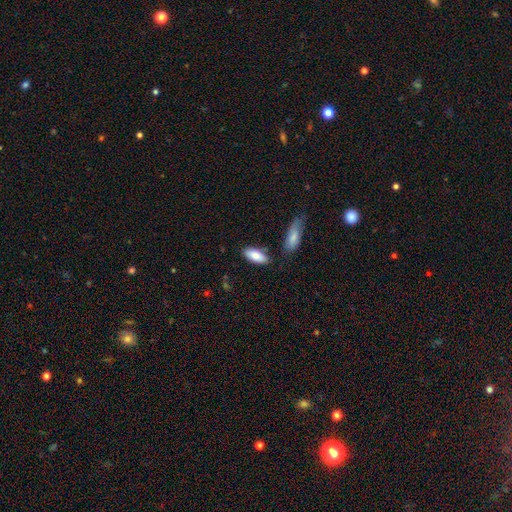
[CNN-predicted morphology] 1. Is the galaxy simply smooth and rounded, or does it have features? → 82% smooth, 12% featured or disk, 6% star or artifact.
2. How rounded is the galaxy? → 84% in between, 14% cigar-shaped, 2% round.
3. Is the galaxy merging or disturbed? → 77% none, 13% minor disturbance, 7% merger, 3% major disturbance.